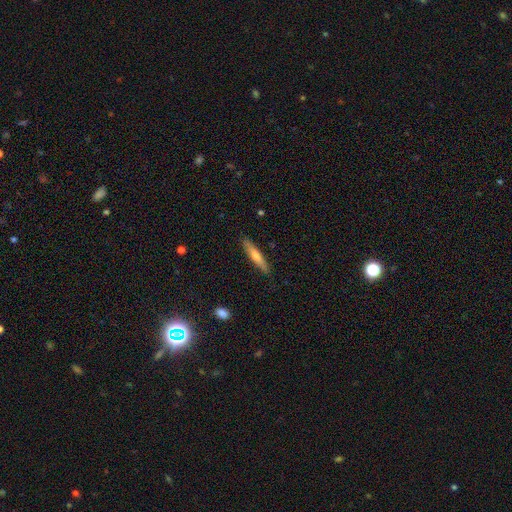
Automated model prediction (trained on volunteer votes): A smooth galaxy with no disk features (51%) that is cigar-shaped (91%). Merging: none (89%).